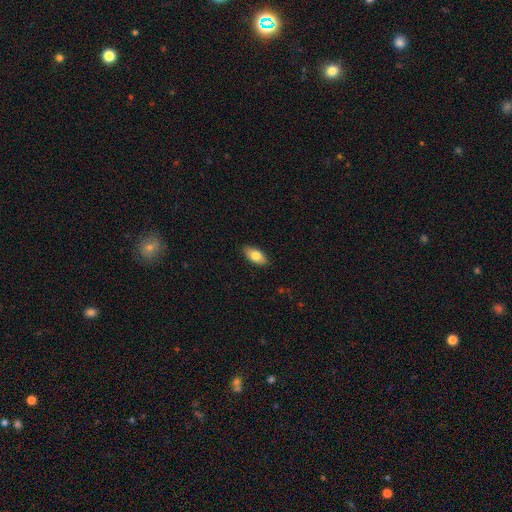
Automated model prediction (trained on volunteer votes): smooth_or_featured: smooth (p=0.80) [alt: featured or disk p=0.14]
how_rounded: in between (p=0.91) [alt: cigar-shaped p=0.06]
merging: none (p=0.88) [alt: minor disturbance p=0.09]